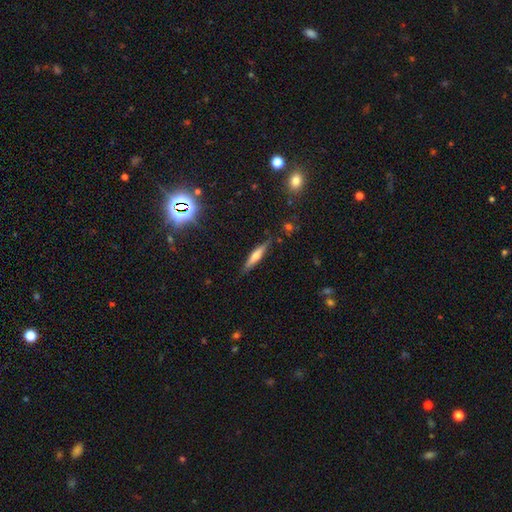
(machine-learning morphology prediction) This appears to be a featured or disk galaxy (47%). Merging: none (85%).